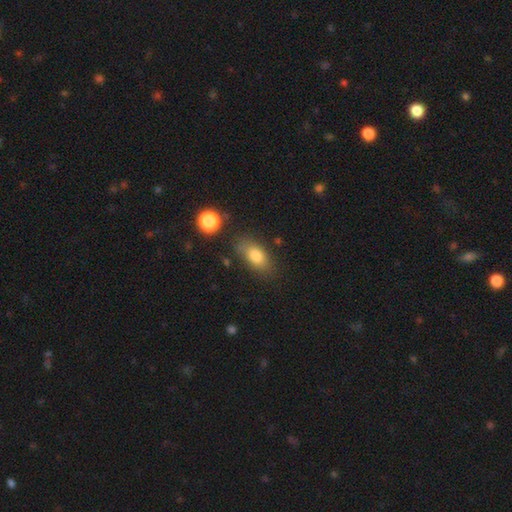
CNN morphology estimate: This is clearly a smooth galaxy (81%). How rounded: clearly in between (86%). Merging: likely none (72%).